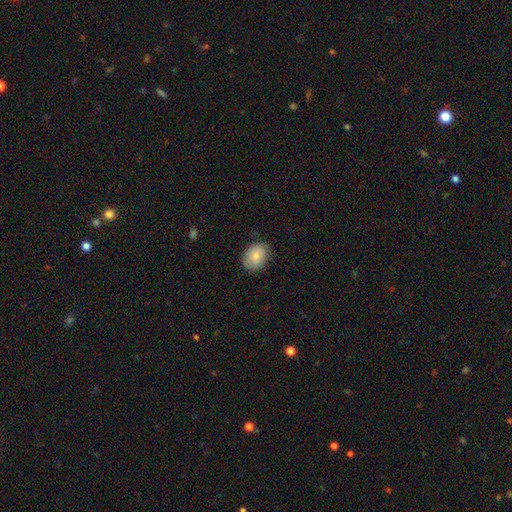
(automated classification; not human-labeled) Morphology: type=smooth (83%); roundness=in between (65%); merging=none (78%).